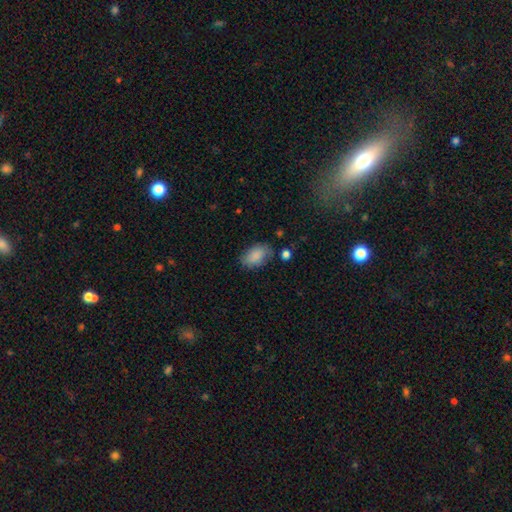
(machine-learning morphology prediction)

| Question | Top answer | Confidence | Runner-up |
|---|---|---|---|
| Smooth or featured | smooth | 85% | featured or disk (8%) |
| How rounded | in between | 90% | round (8%) |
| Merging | none | 71% | minor disturbance (21%) |